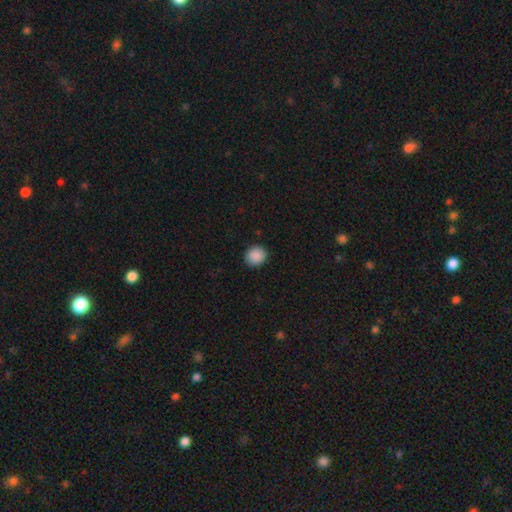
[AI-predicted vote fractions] Smooth or featured? Predicted: smooth (p=0.89). How rounded? Predicted: round (p=0.79). Merging? Predicted: none (p=0.91).